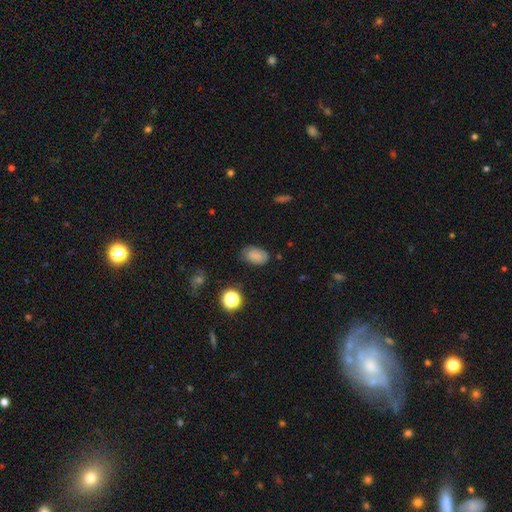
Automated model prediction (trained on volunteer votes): Morphology: type=smooth (82%); roundness=in between (88%); merging=none (77%).